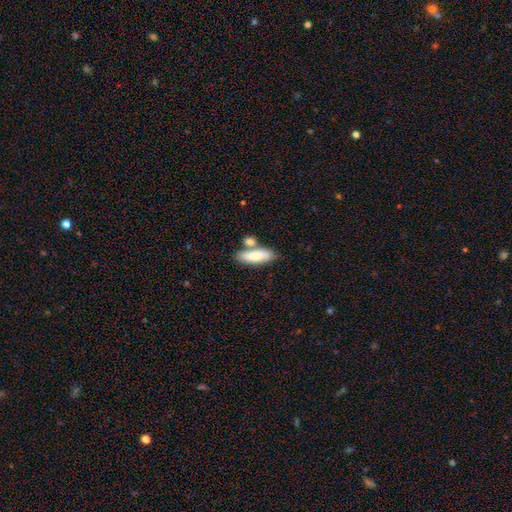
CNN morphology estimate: Smooth or featured?
  - smooth: 77% *
  - featured or disk: 17%
  - star or artifact: 6%
How rounded?
  - in between: 57% *
  - cigar-shaped: 40%
  - round: 3%
Merging?
  - none: 56% *
  - merger: 26%
  - minor disturbance: 14%
  - major disturbance: 4%